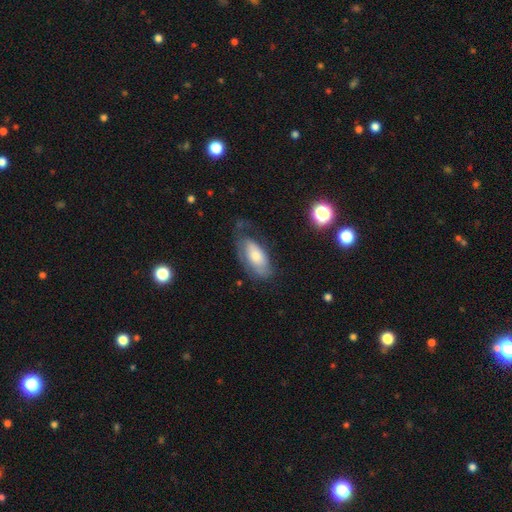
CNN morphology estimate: Smooth or featured?
  - smooth: 55% *
  - featured or disk: 38%
  - star or artifact: 7%
How rounded?
  - in between: 90% *
  - cigar-shaped: 7%
  - round: 3%
Merging?
  - none: 45% *
  - minor disturbance: 29%
  - major disturbance: 23%
  - merger: 2%